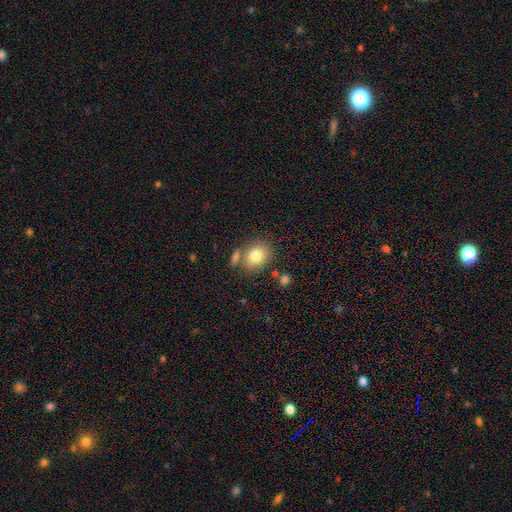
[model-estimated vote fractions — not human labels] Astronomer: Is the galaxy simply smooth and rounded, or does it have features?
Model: smooth — 81%.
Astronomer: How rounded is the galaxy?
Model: round — 57% (runner-up: in between, 41%).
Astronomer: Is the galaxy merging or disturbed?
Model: none — 66%.